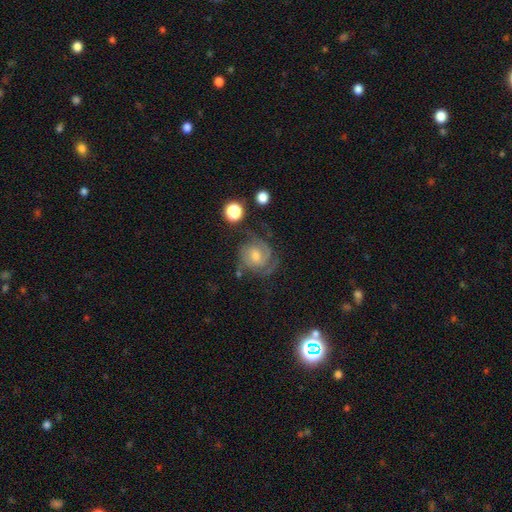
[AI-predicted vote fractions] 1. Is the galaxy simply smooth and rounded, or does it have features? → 79% featured or disk, 12% smooth, 8% star or artifact.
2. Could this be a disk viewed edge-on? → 98% no, 2% yes.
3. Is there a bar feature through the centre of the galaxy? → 57% no, 37% weak, 6% strong.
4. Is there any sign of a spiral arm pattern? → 96% yes, 4% no.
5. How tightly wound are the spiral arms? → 62% tight, 31% medium, 7% loose.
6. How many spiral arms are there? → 46% 2, 21% can't tell, 19% 3, 7% 1, 4% 4, 4% more than 4.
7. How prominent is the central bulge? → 55% moderate, 36% small, 4% large, 3% none, 1% dominant.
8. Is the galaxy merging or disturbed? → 69% none, 18% minor disturbance, 11% major disturbance, 3% merger.